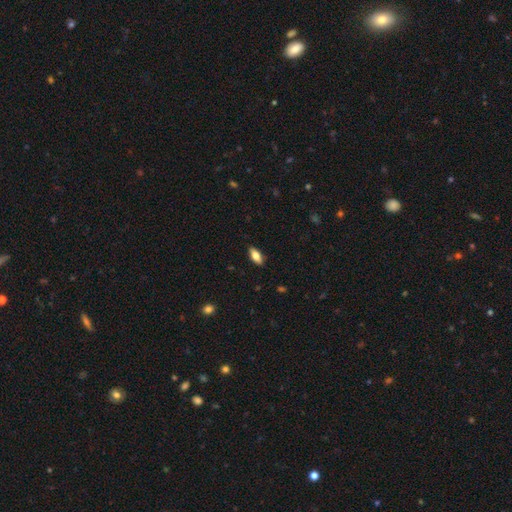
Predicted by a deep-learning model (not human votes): This appears to be a smooth galaxy with no disk features (73%) that is in between round and cigar-shaped (81%). Merging: none (88%).